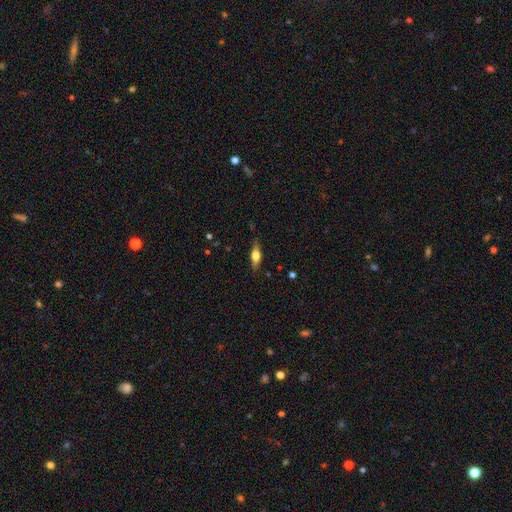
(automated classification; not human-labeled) Smooth or featured? Predicted: smooth (p=0.49). Merging? Predicted: none (p=0.83).